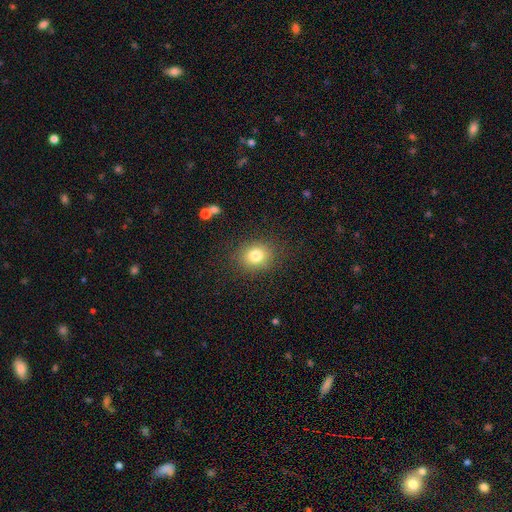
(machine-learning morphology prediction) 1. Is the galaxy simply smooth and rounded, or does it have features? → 80% smooth, 11% star or artifact, 9% featured or disk.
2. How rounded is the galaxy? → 67% round, 32% in between, 1% cigar-shaped.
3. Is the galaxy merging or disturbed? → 86% none, 9% minor disturbance, 3% major disturbance, 2% merger.